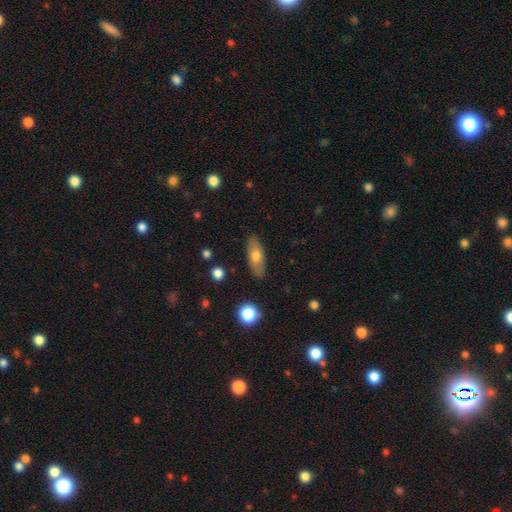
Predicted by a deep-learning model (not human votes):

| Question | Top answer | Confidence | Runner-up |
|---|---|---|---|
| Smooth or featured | smooth | 67% | featured or disk (26%) |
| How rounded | in between | 77% | cigar-shaped (19%) |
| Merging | none | 84% | minor disturbance (12%) |